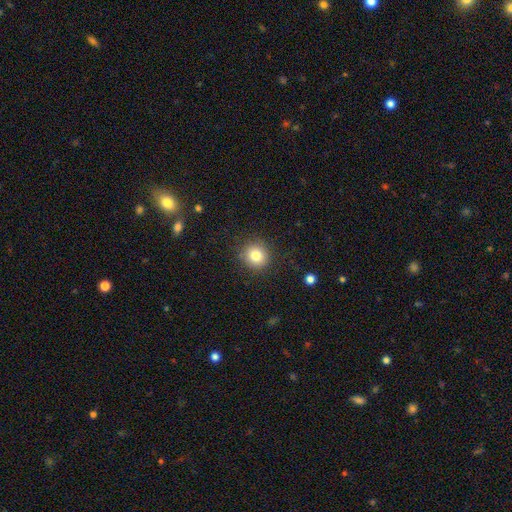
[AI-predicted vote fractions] The model was most divided on "smooth or featured": smooth: 82%, star or artifact: 11%, featured or disk: 7%. More confident: how rounded — round (91%); merging — none (88%).